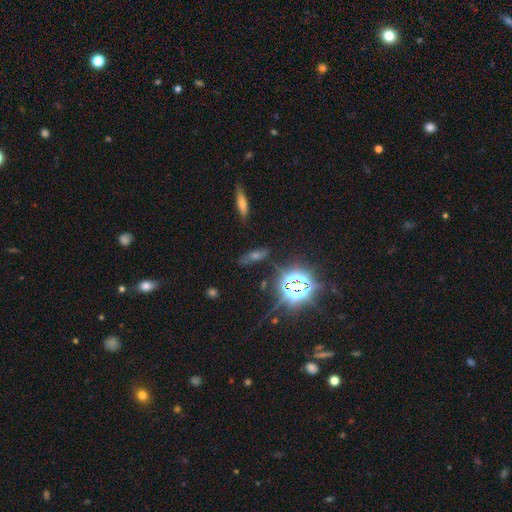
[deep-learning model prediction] Smooth or featured?
  - star or artifact: 50% *
  - smooth: 28%
  - featured or disk: 22%